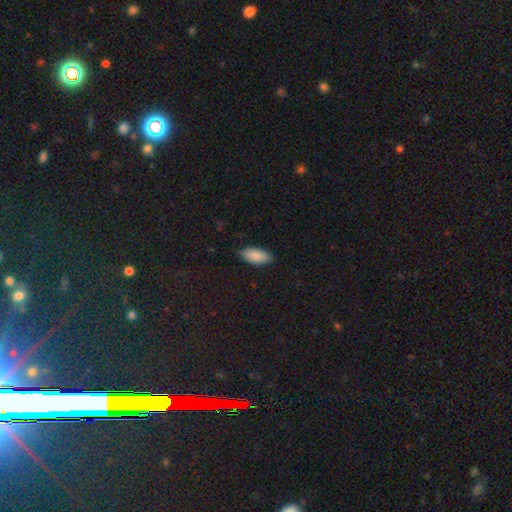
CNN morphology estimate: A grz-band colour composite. It shows a smooth galaxy with no disk features (89%) that is in between round and cigar-shaped (90%). Merging: none (87%).